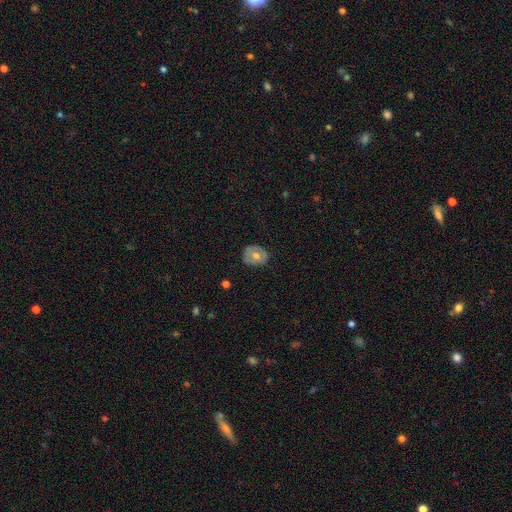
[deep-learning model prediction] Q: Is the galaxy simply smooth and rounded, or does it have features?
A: smooth — 56%.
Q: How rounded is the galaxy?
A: round — 61%.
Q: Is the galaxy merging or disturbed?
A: none — 77%.